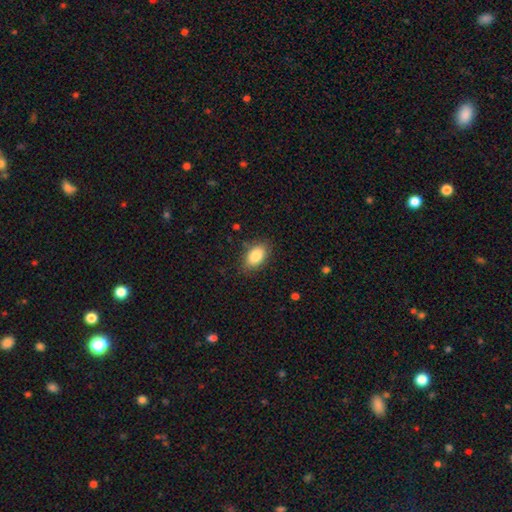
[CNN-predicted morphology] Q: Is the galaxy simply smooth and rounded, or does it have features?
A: smooth — 86%.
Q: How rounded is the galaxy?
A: in between — 91%.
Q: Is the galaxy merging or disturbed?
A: none — 83%.